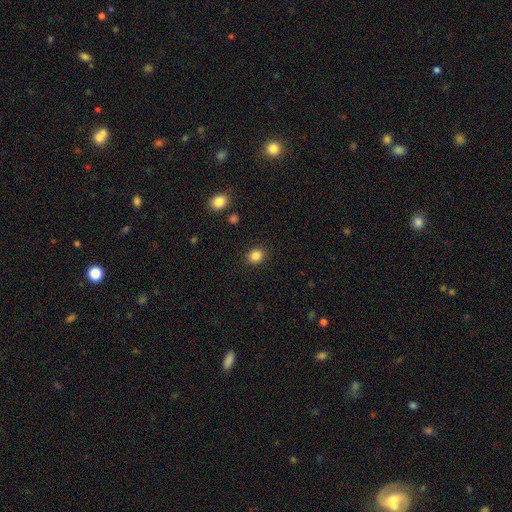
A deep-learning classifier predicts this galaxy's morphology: This is clearly a smooth galaxy (85%). How rounded: likely round (71%). Merging: clearly none (90%).